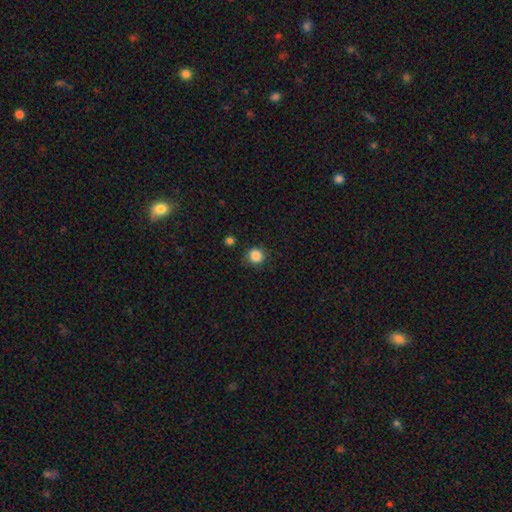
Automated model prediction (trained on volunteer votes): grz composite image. It shows a smooth galaxy with no disk features (86%) that is round (92%). Merging: none (86%).